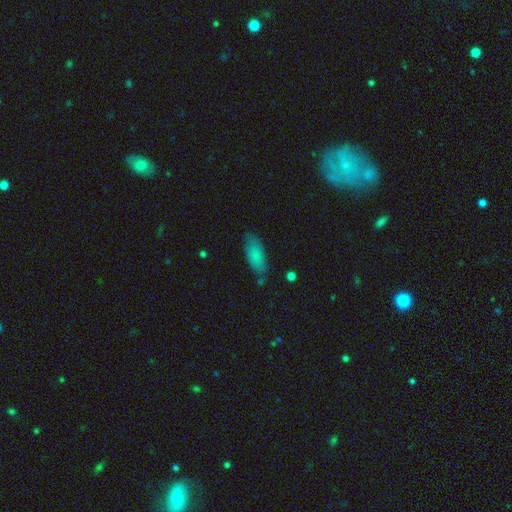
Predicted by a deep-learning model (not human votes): smooth-or-featured: smooth: 83% | featured or disk: 10% | star or artifact: 7%
  how-rounded: in between: 74% | cigar-shaped: 24% | round: 2%
  merging: none: 76% | minor disturbance: 17% | major disturbance: 4% | merger: 3%